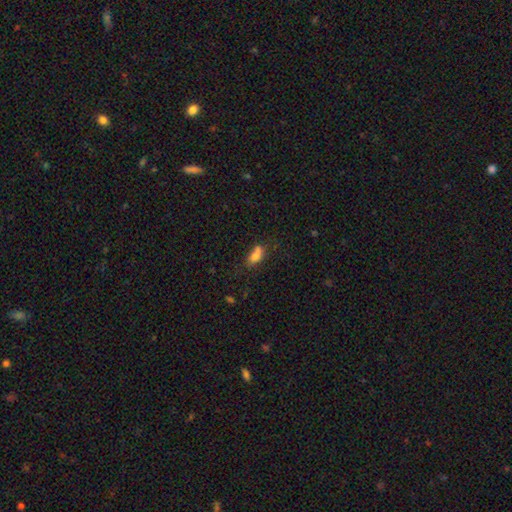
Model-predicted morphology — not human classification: smooth-or-featured: smooth: 74% | featured or disk: 15% | star or artifact: 11%
  how-rounded: in between: 80% | cigar-shaped: 10% | round: 9%
  merging: none: 43% | minor disturbance: 23% | merger: 23% | major disturbance: 11%